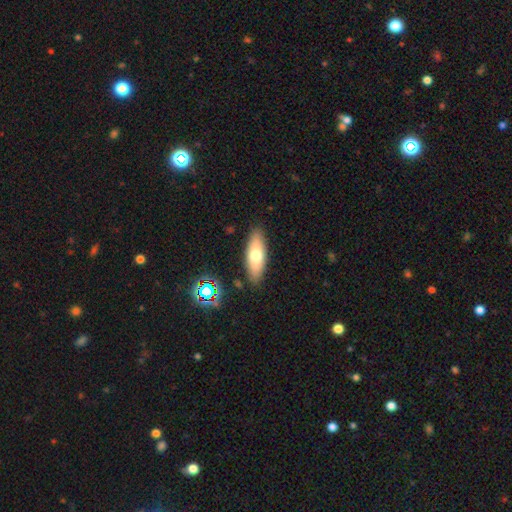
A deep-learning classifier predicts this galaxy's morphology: type=smooth (64%); roundness=in between (67%); merging=none (86%).